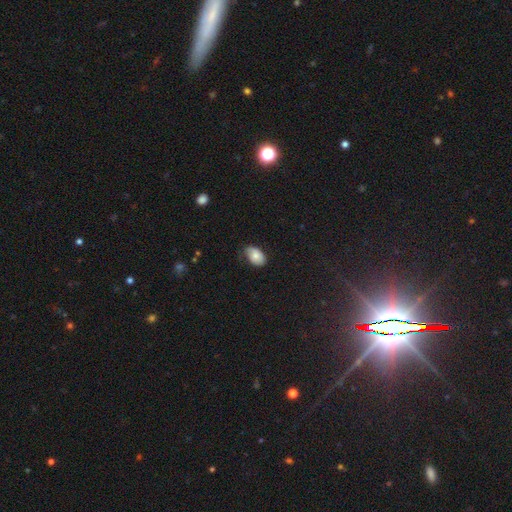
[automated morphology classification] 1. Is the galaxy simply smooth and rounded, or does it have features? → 77% smooth, 15% featured or disk, 8% star or artifact.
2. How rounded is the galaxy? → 90% in between, 9% round, 1% cigar-shaped.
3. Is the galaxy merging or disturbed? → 59% none, 32% minor disturbance, 7% major disturbance, 1% merger.